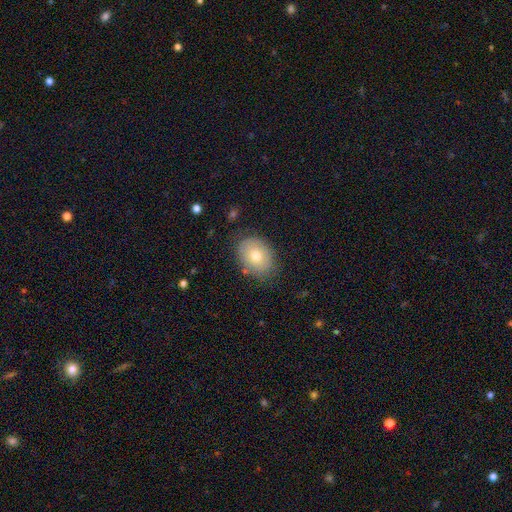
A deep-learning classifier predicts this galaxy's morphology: This is likely a smooth galaxy (73%). How rounded: likely in between (65%). Merging: likely none (77%).